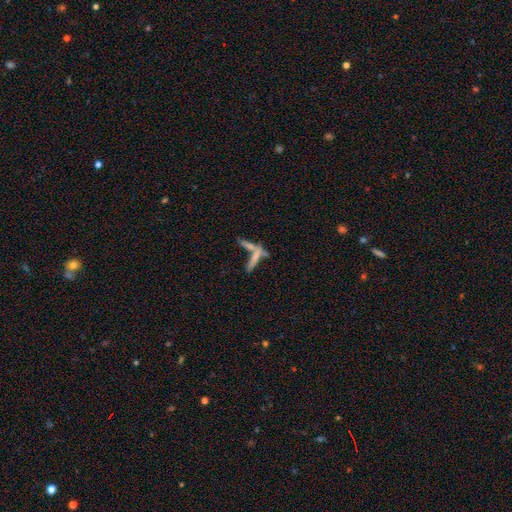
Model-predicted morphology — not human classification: smooth 57%, featured or disk 31%, star or artifact 12%. Down the decision tree: how rounded — cigar-shaped (84%); merging — merger (50%).